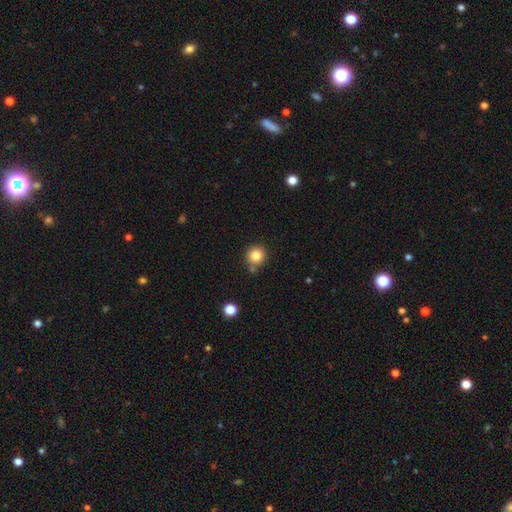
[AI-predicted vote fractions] smooth-or-featured: smooth: 84% | star or artifact: 11% | featured or disk: 6%
  how-rounded: round: 92% | in between: 7% | cigar-shaped: 1%
  merging: none: 77% | minor disturbance: 11% | merger: 9% | major disturbance: 3%